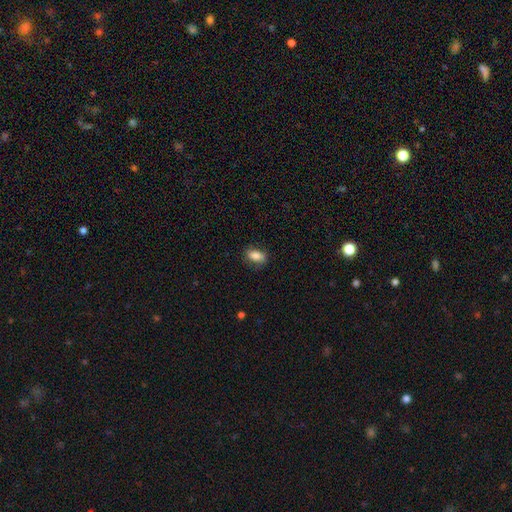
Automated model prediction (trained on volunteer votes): Smooth or featured?
  - smooth: 81% *
  - featured or disk: 11%
  - star or artifact: 8%
How rounded?
  - in between: 84% *
  - cigar-shaped: 8%
  - round: 8%
Merging?
  - none: 77% *
  - minor disturbance: 17%
  - major disturbance: 5%
  - merger: 1%